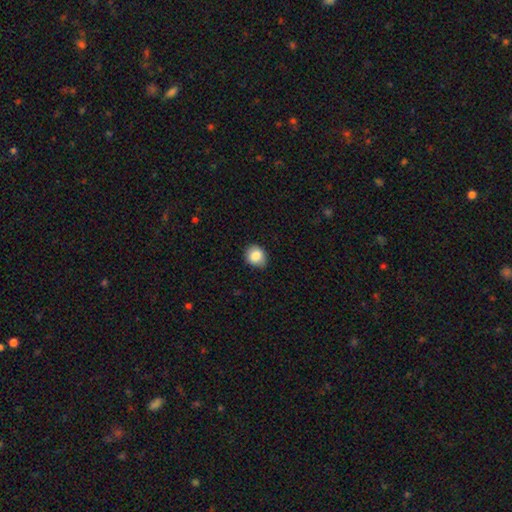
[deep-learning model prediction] Q: Smooth or featured?
A: smooth (85%); runner-up: star or artifact (9%)
Q: How rounded?
A: round (61%); runner-up: in between (38%)
Q: Merging?
A: none (76%); runner-up: minor disturbance (20%)